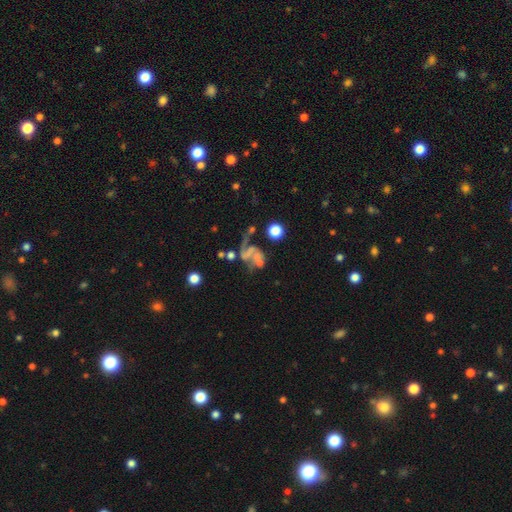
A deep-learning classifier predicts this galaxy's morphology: Smooth or featured: featured or disk — 55% (smooth — 23%)
Edge-on disk: no — 96% (yes — 4%)
Bar: no — 68% (weak — 21%)
Spiral arms: yes — 58% (no — 42%)
Bulge size: none — 53% (small — 30%)
Merging: major disturbance — 33% (none — 28%)